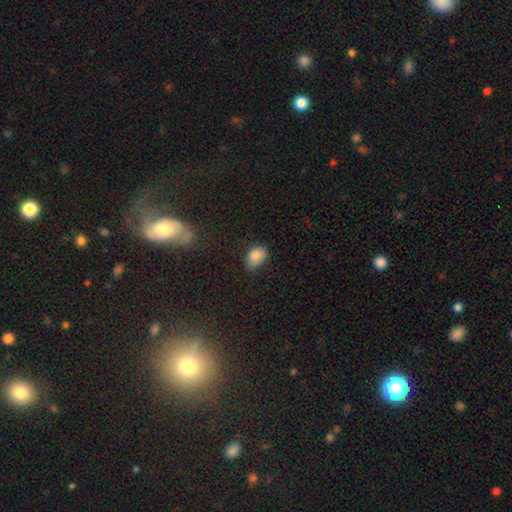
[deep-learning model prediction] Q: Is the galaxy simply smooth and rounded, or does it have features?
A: smooth — 85%.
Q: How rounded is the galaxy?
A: in between — 82%.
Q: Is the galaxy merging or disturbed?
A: none — 56%.